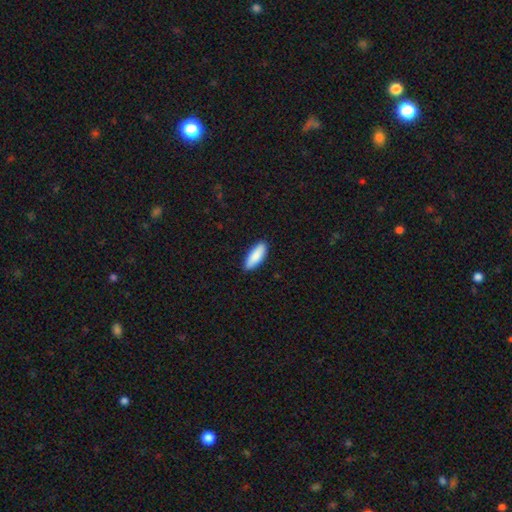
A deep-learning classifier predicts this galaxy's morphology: type=smooth (89%); roundness=in between (65%); merging=none (89%).